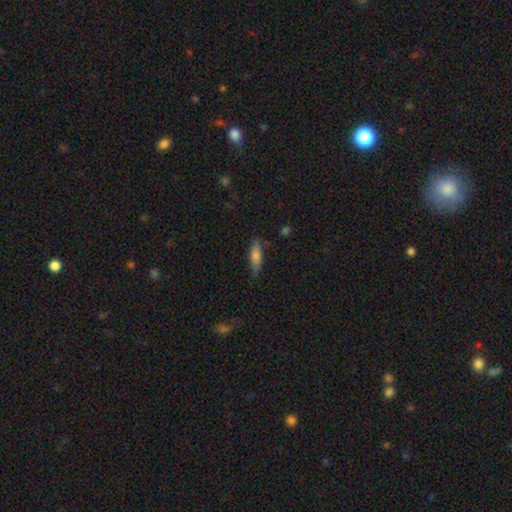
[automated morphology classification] smooth-or-featured: smooth: 75% | featured or disk: 18% | star or artifact: 7%
  how-rounded: in between: 55% | cigar-shaped: 43% | round: 2%
  merging: none: 69% | minor disturbance: 24% | major disturbance: 5% | merger: 2%